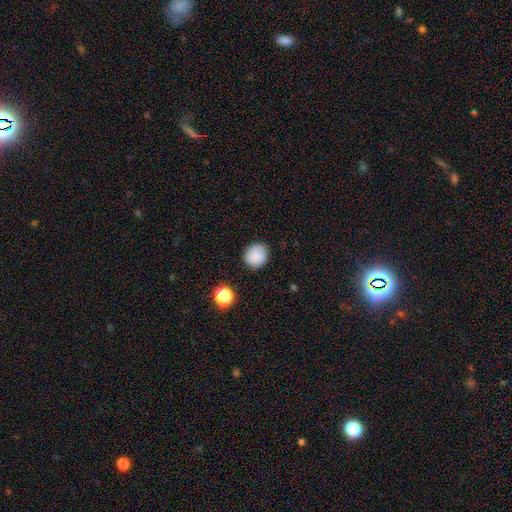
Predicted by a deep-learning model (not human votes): Smooth or featured: smooth — 83% (star or artifact — 10%)
How rounded: round — 80% (in between — 20%)
Merging: none — 80% (minor disturbance — 14%)